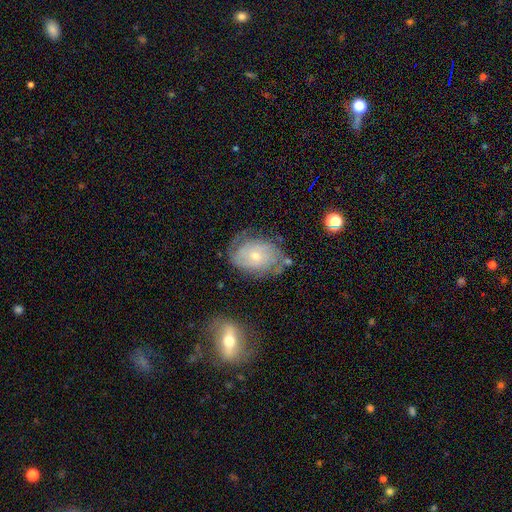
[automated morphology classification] Smooth or featured: featured or disk — 75% (smooth — 18%)
Edge-on disk: no — 96% (yes — 4%)
Bar: no — 74% (weak — 22%)
Spiral arms: yes — 89% (no — 11%)
Spiral winding: tight — 64% (medium — 27%)
Spiral arm count: can't tell — 40% (2 — 34%)
Bulge size: small — 64% (moderate — 32%)
Merging: none — 64% (minor disturbance — 23%)